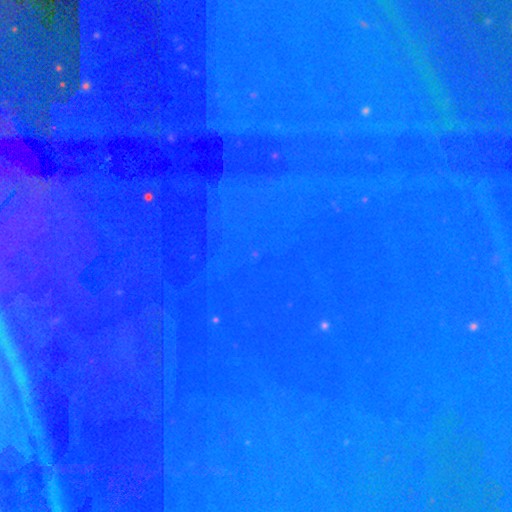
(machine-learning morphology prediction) The model was most divided on "smooth or featured": star or artifact: 85%, featured or disk: 7%, smooth: 7%.